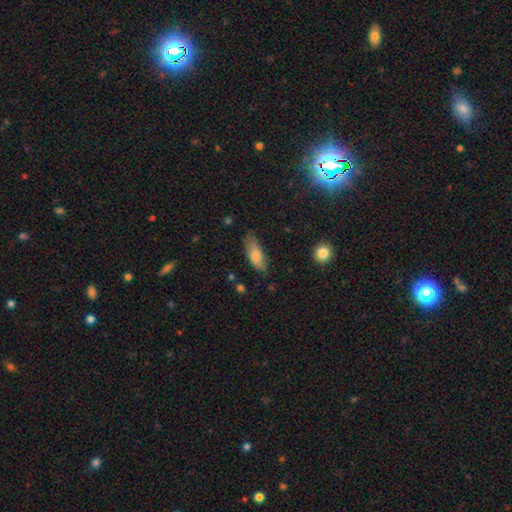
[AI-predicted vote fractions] This appears to be a smooth galaxy with no disk features (78%) that is in between round and cigar-shaped (73%). Merging: none (68%).